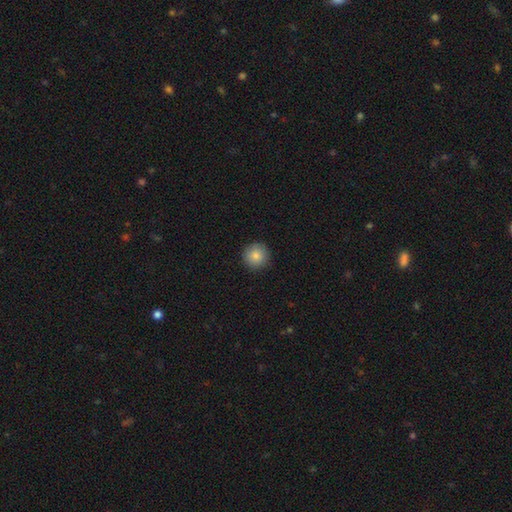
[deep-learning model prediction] smooth-or-featured: smooth: 85% | star or artifact: 9% | featured or disk: 6%
  how-rounded: round: 95% | in between: 4% | cigar-shaped: 1%
  merging: none: 91% | minor disturbance: 6% | major disturbance: 2% | merger: 1%